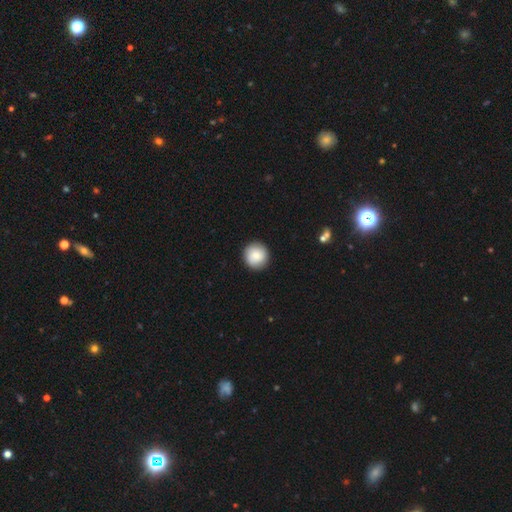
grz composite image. It shows a smooth galaxy with no disk features (86%) that is round (97%). Merging: none (94%).